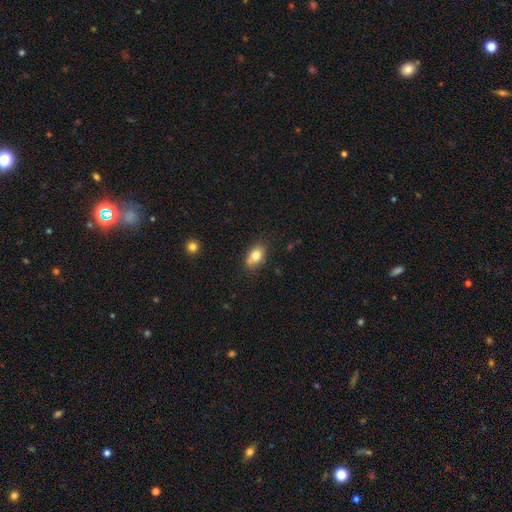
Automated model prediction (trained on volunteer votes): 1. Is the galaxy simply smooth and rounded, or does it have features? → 79% smooth, 12% featured or disk, 9% star or artifact.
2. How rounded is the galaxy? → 81% in between, 17% round, 2% cigar-shaped.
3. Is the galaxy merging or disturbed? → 71% none, 19% minor disturbance, 6% merger, 4% major disturbance.